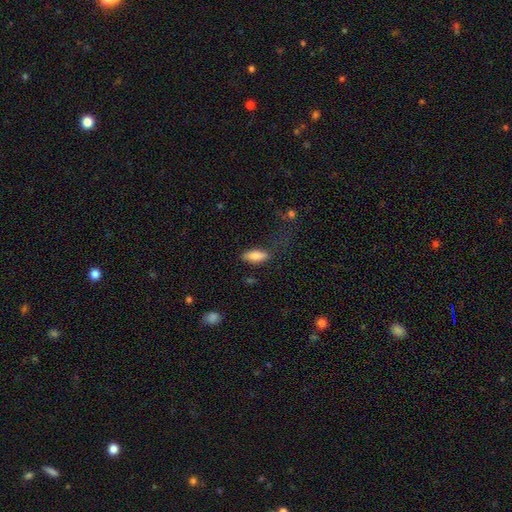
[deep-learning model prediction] Smooth or featured? smooth (84%)
How rounded? in between (79%)
Merging? none (74%)